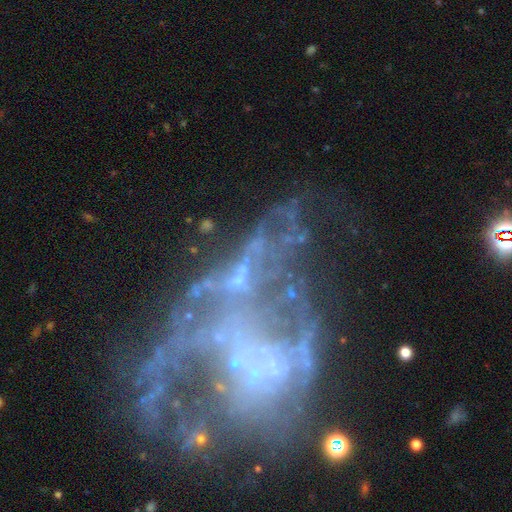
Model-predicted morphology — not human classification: This appears to be a featured or disk galaxy (68%) with no bar (86%), no spiral arms (75%) and no central bulge (72%). Merging: major disturbance (43%).